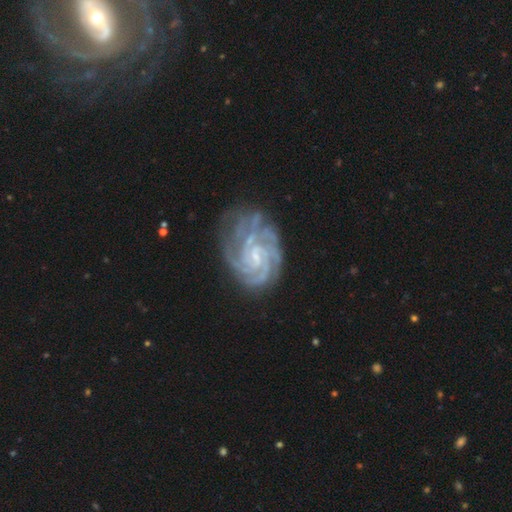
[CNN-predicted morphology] Smooth or featured? featured or disk (89%)
Edge-on disk? no (98%)
Bar? weak (45%)
Spiral arms? yes (98%)
Spiral winding? tight (69%)
Spiral arm count? 4 (31%)
Bulge size? small (69%)
Merging? none (66%)